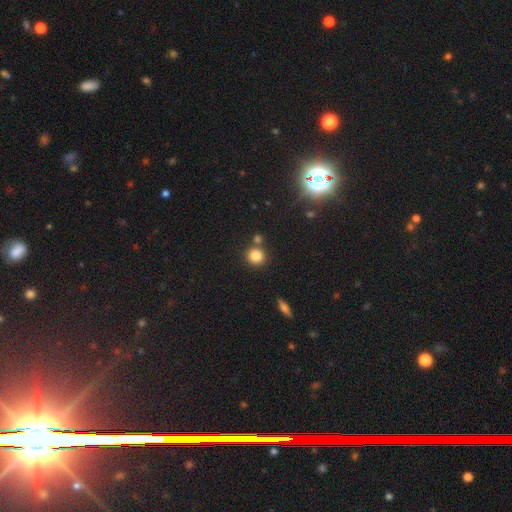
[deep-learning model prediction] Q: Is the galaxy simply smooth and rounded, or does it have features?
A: smooth — 83%.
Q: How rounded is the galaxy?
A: round — 90%.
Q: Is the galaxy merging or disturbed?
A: none — 73%.